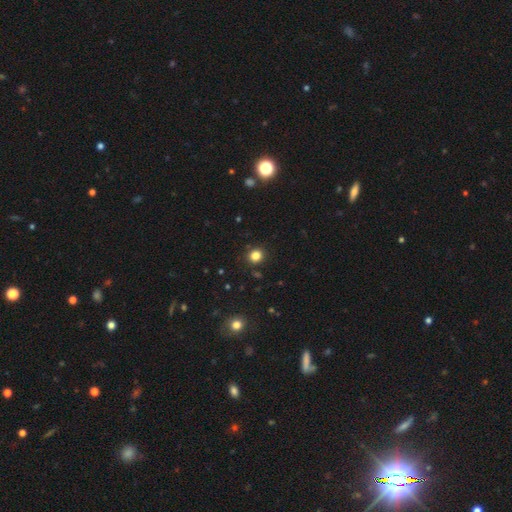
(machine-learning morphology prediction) smooth_or_featured: smooth (p=0.83) [alt: star or artifact p=0.13]
how_rounded: round (p=0.86) [alt: in between p=0.13]
merging: none (p=0.90) [alt: minor disturbance p=0.06]